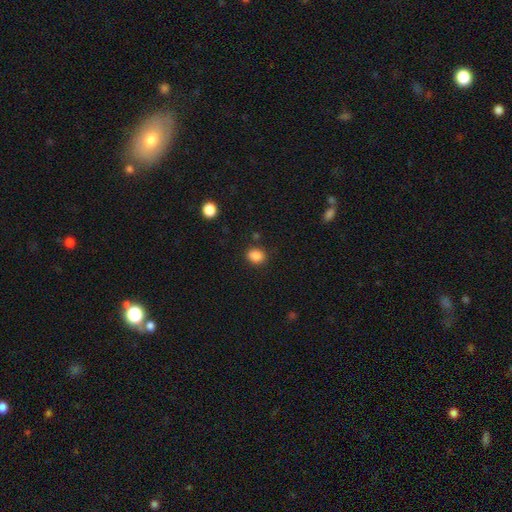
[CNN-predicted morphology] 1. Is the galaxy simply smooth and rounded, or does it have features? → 87% smooth, 10% star or artifact, 3% featured or disk.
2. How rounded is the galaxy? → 53% round, 46% in between, 1% cigar-shaped.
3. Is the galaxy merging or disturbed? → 84% none, 11% minor disturbance, 3% major disturbance, 3% merger.